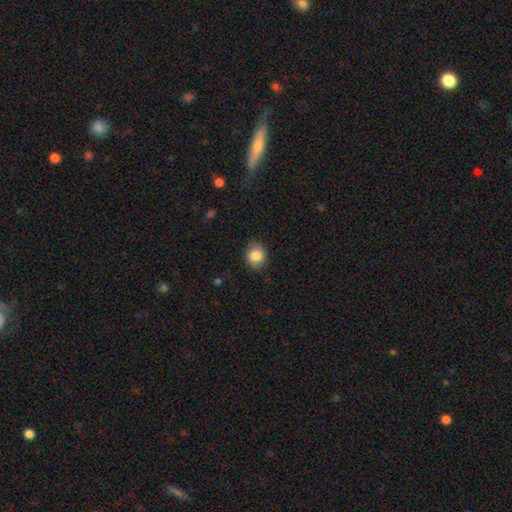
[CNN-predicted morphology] Smooth or featured? Predicted: smooth (p=0.84). How rounded? Predicted: round (p=0.63). Merging? Predicted: none (p=0.85).